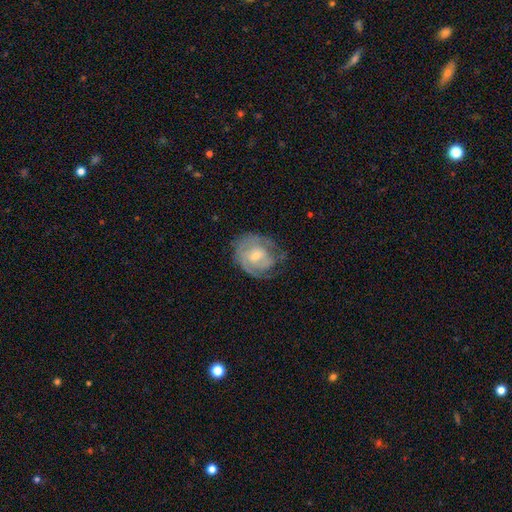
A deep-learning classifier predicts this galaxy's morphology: type=featured or disk (70%); edge-on=no (97%); bar=no (46%); spiral arms=yes (81%); winding=tight (58%); arm count=can't tell (40%); bulge=small (52%); merging=none (57%).